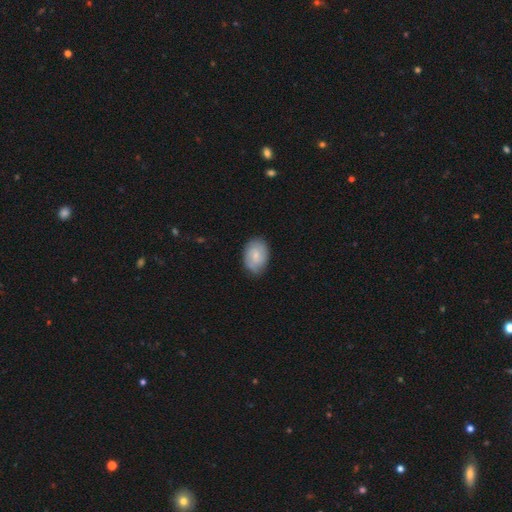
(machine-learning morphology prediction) This appears to be a smooth galaxy with no disk features (61%) that is in between round and cigar-shaped (81%). Merging: none (77%).